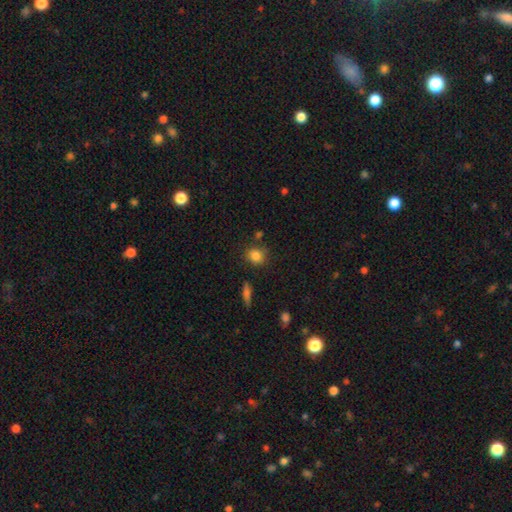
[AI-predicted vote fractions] Smooth or featured?
  - smooth: 84% *
  - star or artifact: 10%
  - featured or disk: 6%
How rounded?
  - round: 77% *
  - in between: 22%
  - cigar-shaped: 2%
Merging?
  - none: 77% *
  - minor disturbance: 13%
  - merger: 6%
  - major disturbance: 4%